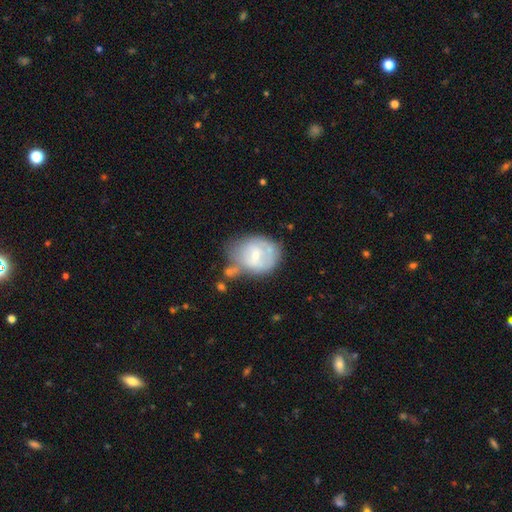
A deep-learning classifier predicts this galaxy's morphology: Q: Smooth or featured?
A: smooth (47%); runner-up: featured or disk (46%)
Q: Merging?
A: none (37%); runner-up: minor disturbance (29%)